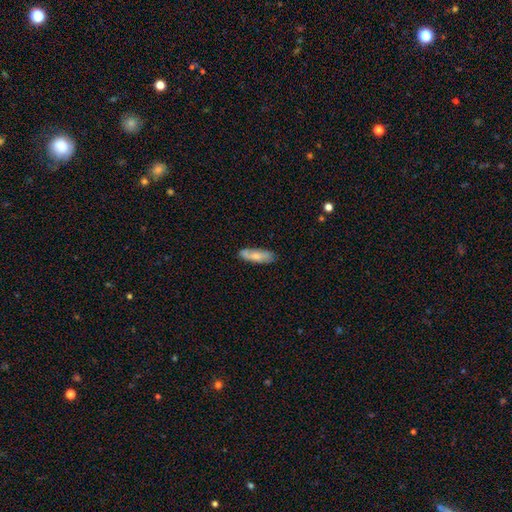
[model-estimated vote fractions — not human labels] This appears to be a smooth galaxy with no disk features (70%) that is in between round and cigar-shaped (55%). Merging: none (77%).